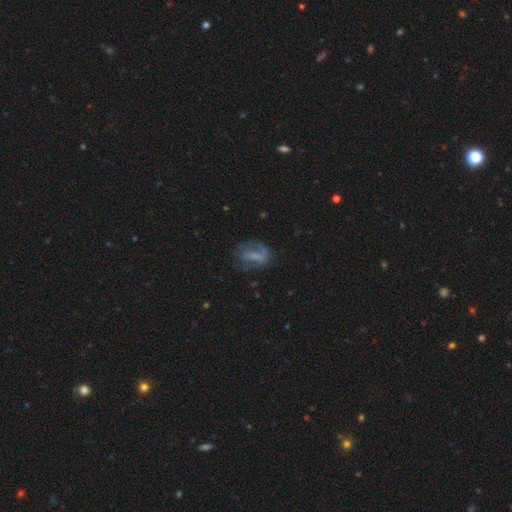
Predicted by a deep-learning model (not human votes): Q: Smooth or featured?
A: smooth (45%); runner-up: featured or disk (43%)
Q: Merging?
A: none (51%); runner-up: minor disturbance (24%)